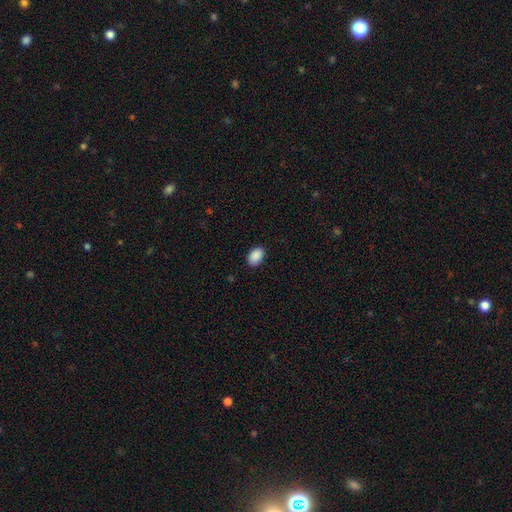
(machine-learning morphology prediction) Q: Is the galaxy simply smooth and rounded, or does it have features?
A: smooth — 90%.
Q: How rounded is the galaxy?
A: in between — 88%.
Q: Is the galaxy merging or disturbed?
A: none — 88%.